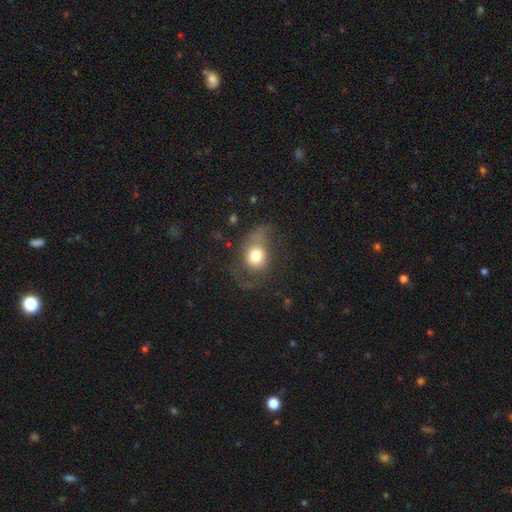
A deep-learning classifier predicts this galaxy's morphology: type=smooth (63%); roundness=round (56%); merging=none (38%).